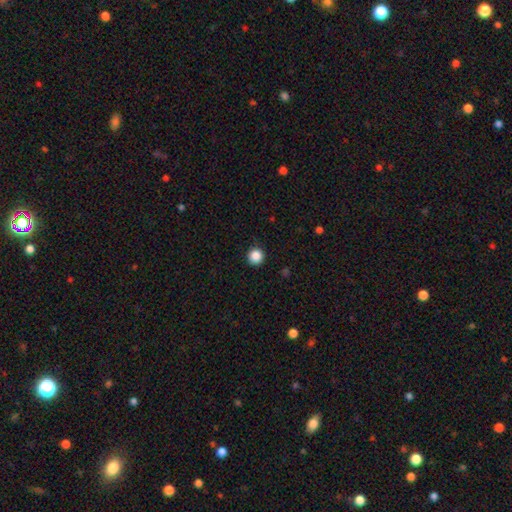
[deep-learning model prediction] smooth 87%, star or artifact 10%, featured or disk 3%. Down the decision tree: how rounded — round (96%); merging — none (91%).